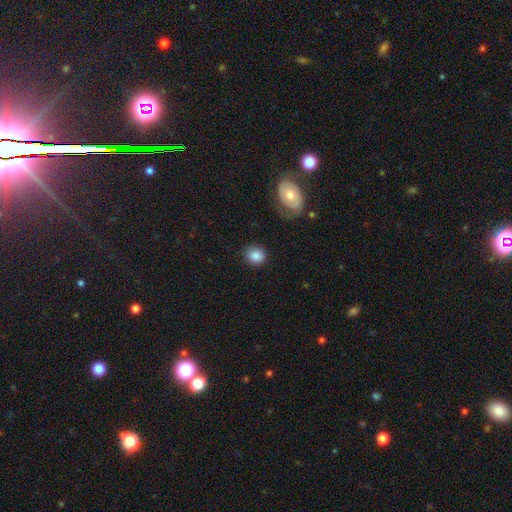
This is clearly a smooth galaxy (87%). How rounded: clearly round (82%). Merging: clearly none (86%).